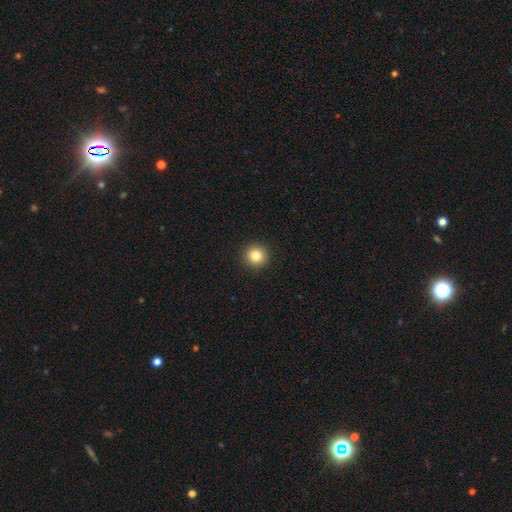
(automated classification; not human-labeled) Overall: smooth (83%). How rounded: round (95%). Merging: none (93%).